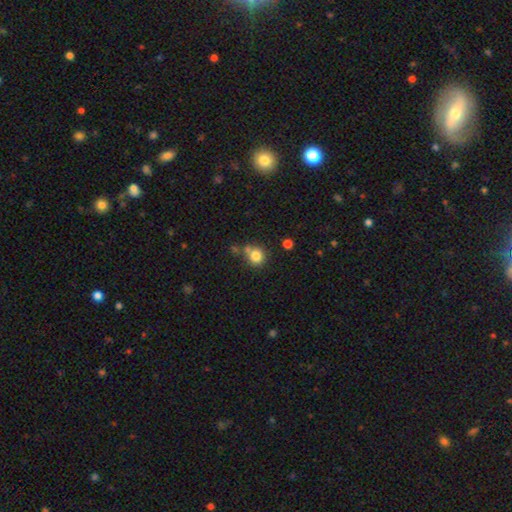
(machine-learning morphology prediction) smooth-or-featured: smooth: 81% | star or artifact: 11% | featured or disk: 8%
  how-rounded: round: 85% | in between: 14% | cigar-shaped: 1%
  merging: none: 62% | merger: 20% | minor disturbance: 14% | major disturbance: 5%